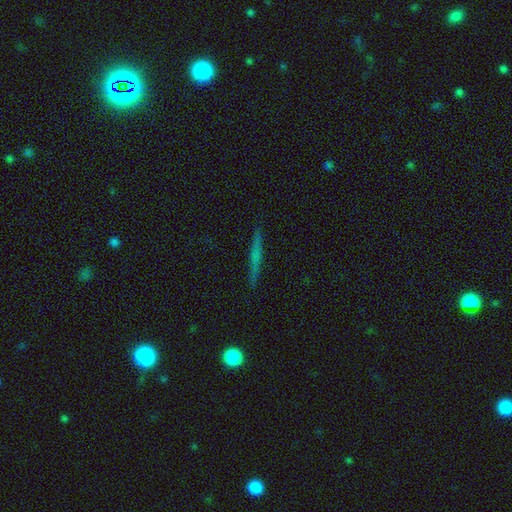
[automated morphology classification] A featured or disk galaxy (51%) viewed edge-on (97%). Merging: none (90%).